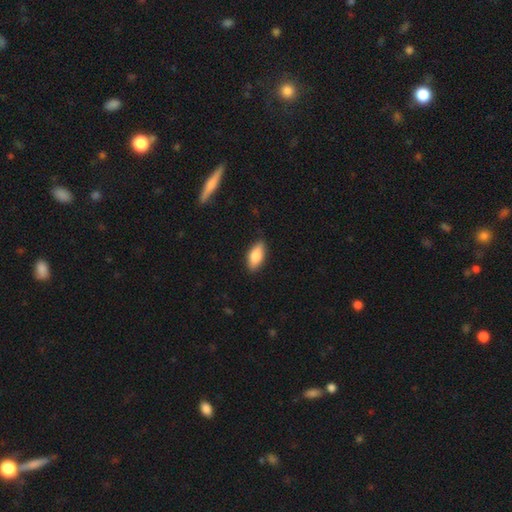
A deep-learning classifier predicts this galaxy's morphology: Overall: smooth (80%). How rounded: in between (84%). Merging: none (85%).